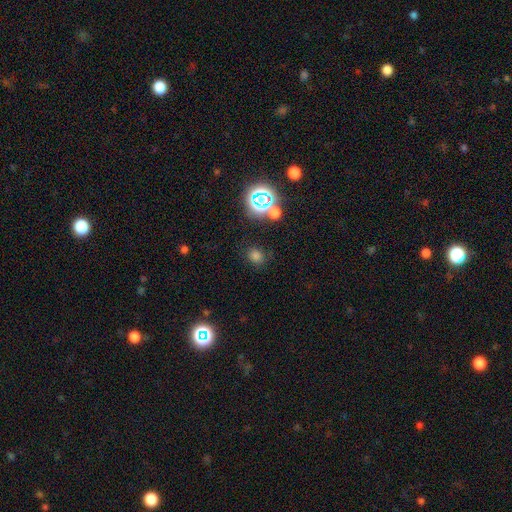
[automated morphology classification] smooth 69%, star or artifact 25%, featured or disk 6%. Down the decision tree: how rounded — round (71%); merging — none (80%).